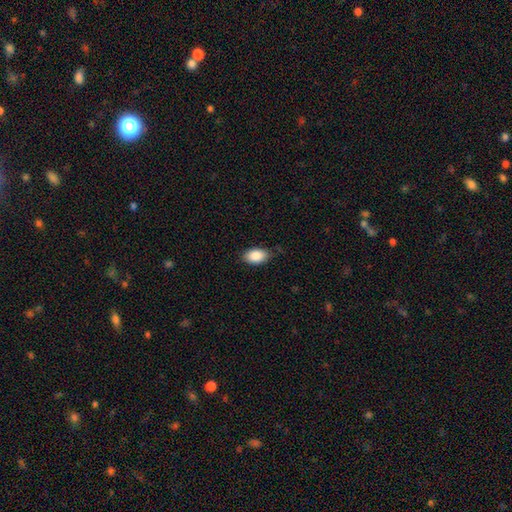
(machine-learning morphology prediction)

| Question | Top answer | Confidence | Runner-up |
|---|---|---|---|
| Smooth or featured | smooth | 88% | star or artifact (7%) |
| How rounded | in between | 92% | round (6%) |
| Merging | none | 79% | minor disturbance (17%) |